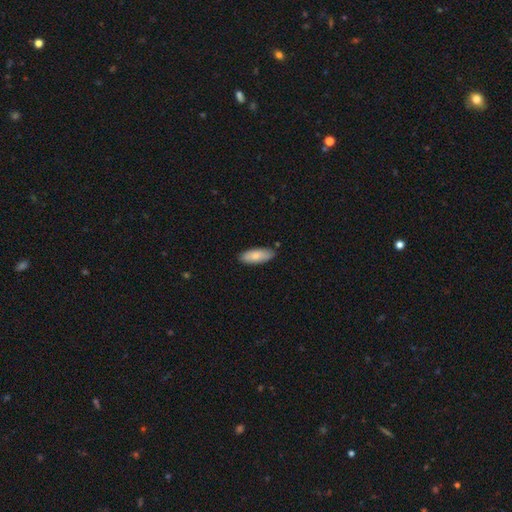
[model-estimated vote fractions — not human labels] A smooth galaxy with no disk features (80%) that is in between round and cigar-shaped (78%). Merging: none (87%).